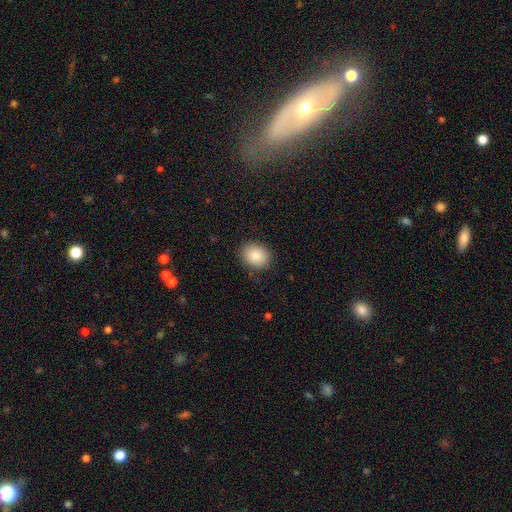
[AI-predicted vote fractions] A smooth galaxy with no disk features (86%) that is in between round and cigar-shaped (51%).

Vote fractions:
- Smooth or featured? smooth: 86% / star or artifact: 8% / featured or disk: 6%
- How rounded? in between: 51% / round: 48% / cigar-shaped: 1%
- Merging? none: 87% / minor disturbance: 10% / major disturbance: 3% / merger: 1%